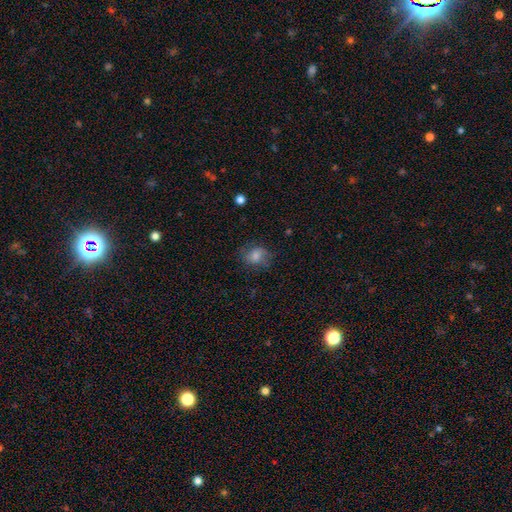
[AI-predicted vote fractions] Smooth or featured: smooth — 72% (featured or disk — 18%)
How rounded: round — 51% (in between — 48%)
Merging: none — 64% (minor disturbance — 23%)